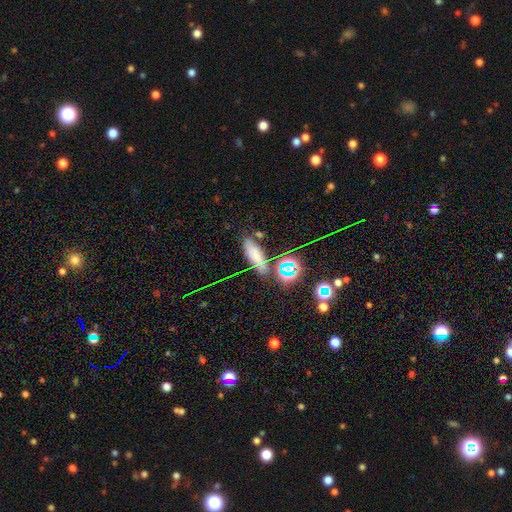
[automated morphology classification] Q: Smooth or featured?
A: smooth (57%); runner-up: star or artifact (26%)
Q: How rounded?
A: in between (59%); runner-up: cigar-shaped (34%)
Q: Merging?
A: none (68%); runner-up: minor disturbance (18%)